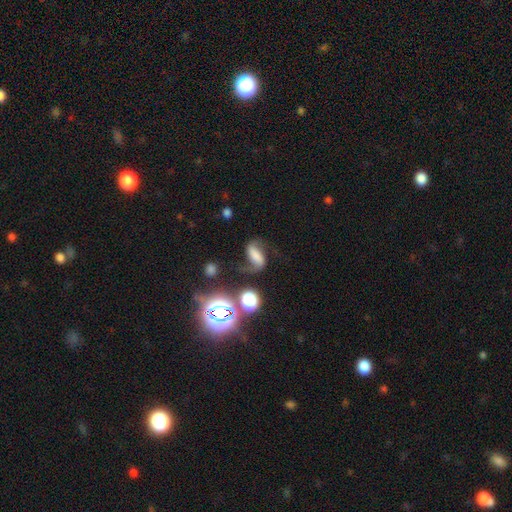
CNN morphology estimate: featured or disk 51%, smooth 32%, star or artifact 17%. Down the decision tree: edge-on disk — no (94%); merging — none (53%).